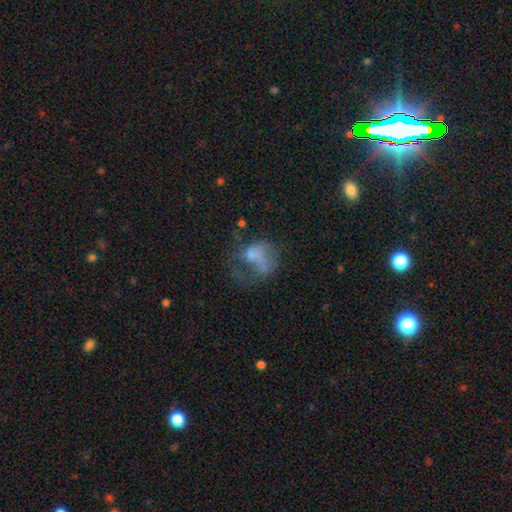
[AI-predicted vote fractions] Smooth or featured? smooth (43%, tied with featured or disk)
Merging? major disturbance (50%)